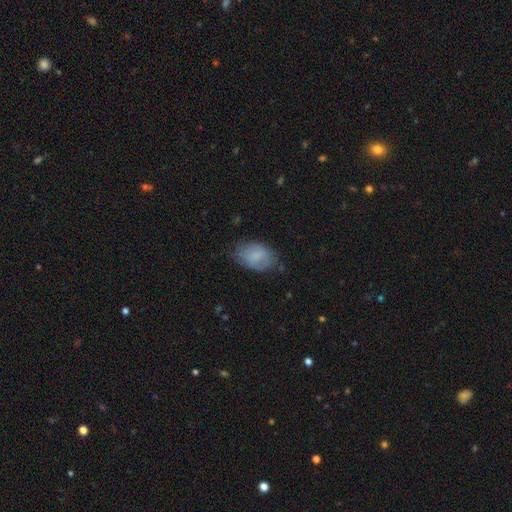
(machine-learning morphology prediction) Smooth or featured? Predicted: smooth (p=0.76). How rounded? Predicted: in between (p=0.82). Merging? Predicted: none (p=0.62).